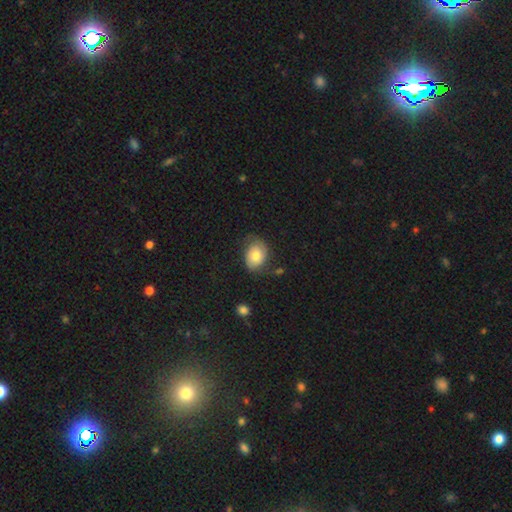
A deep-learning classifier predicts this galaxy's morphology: Q: Smooth or featured?
A: smooth (72%); runner-up: featured or disk (20%)
Q: How rounded?
A: in between (64%); runner-up: round (35%)
Q: Merging?
A: none (63%); runner-up: minor disturbance (26%)